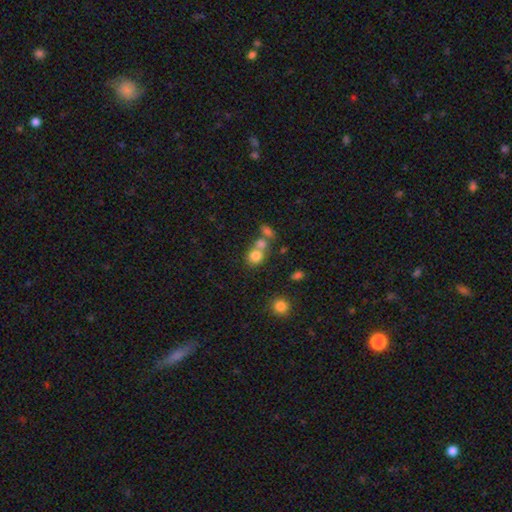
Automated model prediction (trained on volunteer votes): This appears to be a smooth galaxy with no disk features (77%) that is round (74%). Merging: merger (43%, tied with none).